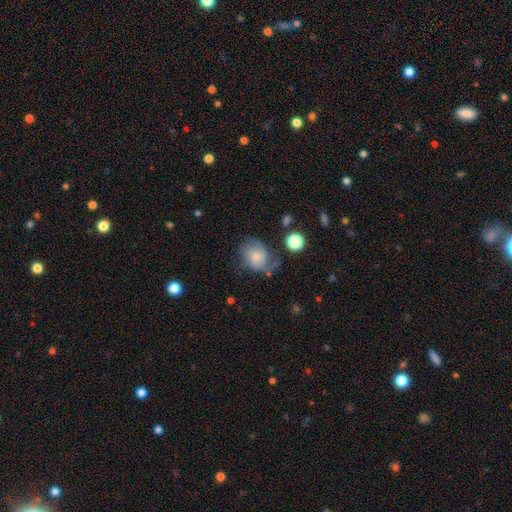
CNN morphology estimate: This is possibly a featured or disk galaxy (45%). Merging: possibly none (48%).